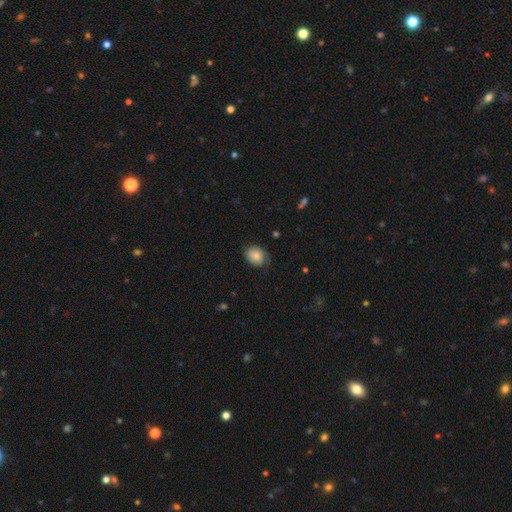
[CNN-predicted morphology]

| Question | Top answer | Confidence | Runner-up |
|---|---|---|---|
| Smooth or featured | smooth | 83% | featured or disk (10%) |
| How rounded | in between | 51% | round (48%) |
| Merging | none | 70% | minor disturbance (23%) |